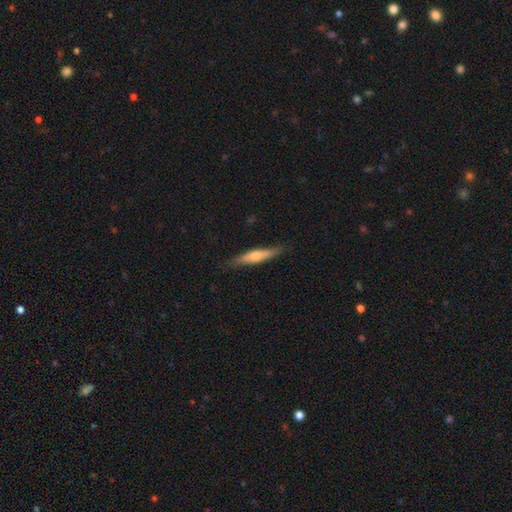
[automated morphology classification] smooth-or-featured: featured or disk: 52% | smooth: 41% | star or artifact: 6%
  disk-edge-on: yes: 93% | no: 7%
  merging: none: 86% | minor disturbance: 11% | major disturbance: 2% | merger: 1%